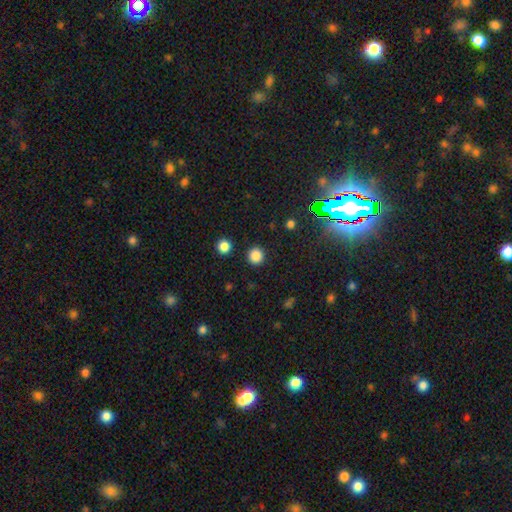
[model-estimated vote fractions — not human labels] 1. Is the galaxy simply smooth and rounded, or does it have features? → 84% smooth, 13% star or artifact, 3% featured or disk.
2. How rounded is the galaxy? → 94% round, 5% in between, 1% cigar-shaped.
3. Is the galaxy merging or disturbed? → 91% none, 5% minor disturbance, 2% major disturbance, 2% merger.